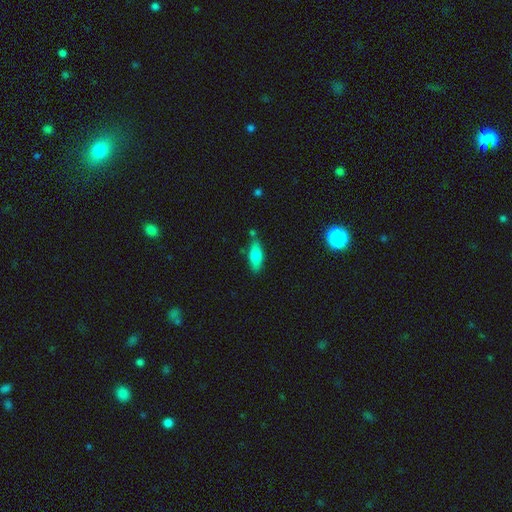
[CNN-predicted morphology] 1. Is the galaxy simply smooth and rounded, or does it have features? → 69% smooth, 24% featured or disk, 7% star or artifact.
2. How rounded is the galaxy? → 60% in between, 37% cigar-shaped, 3% round.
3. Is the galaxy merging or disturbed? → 76% none, 15% minor disturbance, 6% merger, 3% major disturbance.